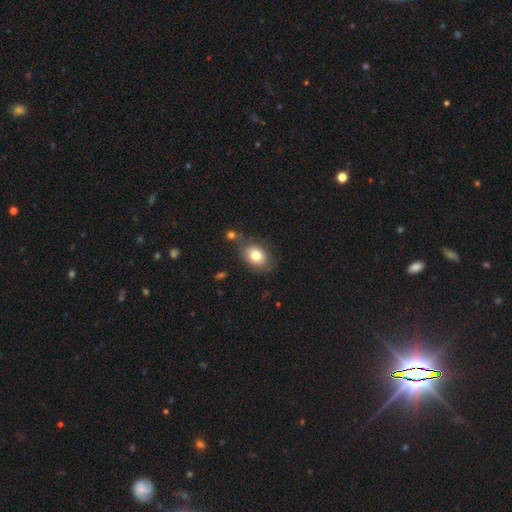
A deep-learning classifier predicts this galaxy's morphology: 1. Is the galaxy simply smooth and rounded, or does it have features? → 80% smooth, 12% featured or disk, 8% star or artifact.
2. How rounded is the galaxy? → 74% in between, 25% round, 1% cigar-shaped.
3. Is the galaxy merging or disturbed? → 67% none, 18% minor disturbance, 9% merger, 6% major disturbance.